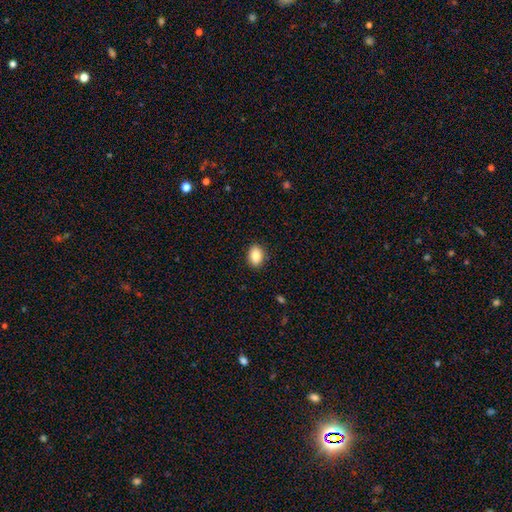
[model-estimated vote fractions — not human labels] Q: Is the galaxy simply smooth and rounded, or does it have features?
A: smooth — 86%.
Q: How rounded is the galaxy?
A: in between — 75%.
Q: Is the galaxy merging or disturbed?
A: none — 90%.